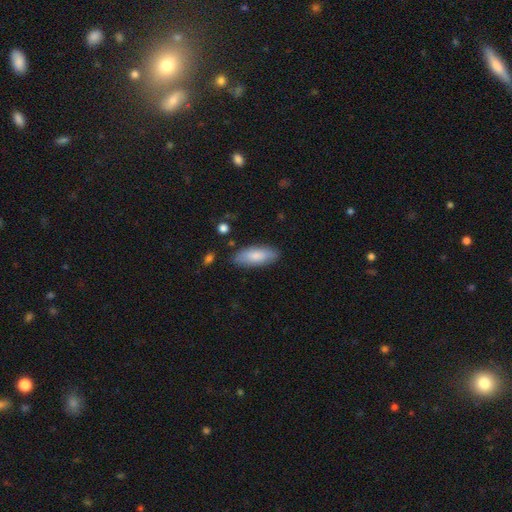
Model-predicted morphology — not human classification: Overall: smooth (81%). How rounded: in between (75%). Merging: none (84%).